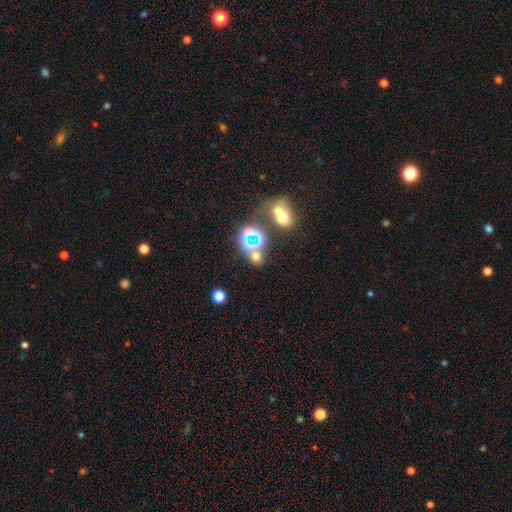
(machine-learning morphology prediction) Smooth or featured: smooth — 47% (star or artifact — 44%)
Merging: none — 65% (merger — 22%)